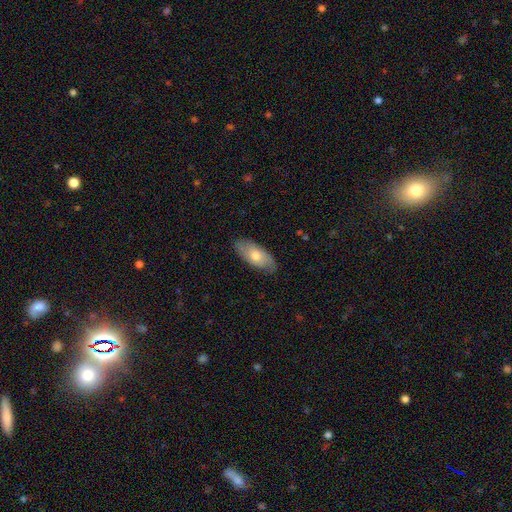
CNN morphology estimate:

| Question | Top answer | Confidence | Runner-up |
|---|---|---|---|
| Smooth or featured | smooth | 65% | featured or disk (30%) |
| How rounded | in between | 89% | cigar-shaped (9%) |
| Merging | none | 82% | minor disturbance (14%) |